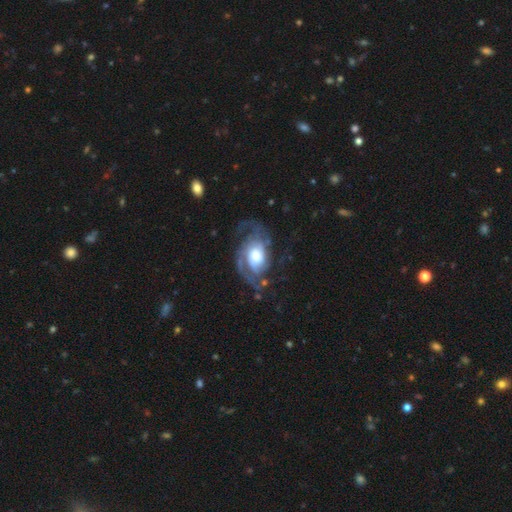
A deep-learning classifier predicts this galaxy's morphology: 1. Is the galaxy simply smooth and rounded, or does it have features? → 87% featured or disk, 8% smooth, 5% star or artifact.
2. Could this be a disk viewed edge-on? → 97% no, 3% yes.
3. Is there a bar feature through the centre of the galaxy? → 69% no, 24% weak, 6% strong.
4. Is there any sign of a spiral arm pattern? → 96% yes, 4% no.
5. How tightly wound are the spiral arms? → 44% medium, 39% tight, 17% loose.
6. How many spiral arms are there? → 51% 2, 20% 3, 13% can't tell, 6% 1, 5% 4, 4% more than 4.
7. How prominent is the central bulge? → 47% moderate, 31% large, 17% small, 4% dominant, 2% none.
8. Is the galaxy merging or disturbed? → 61% none, 19% major disturbance, 18% minor disturbance, 2% merger.